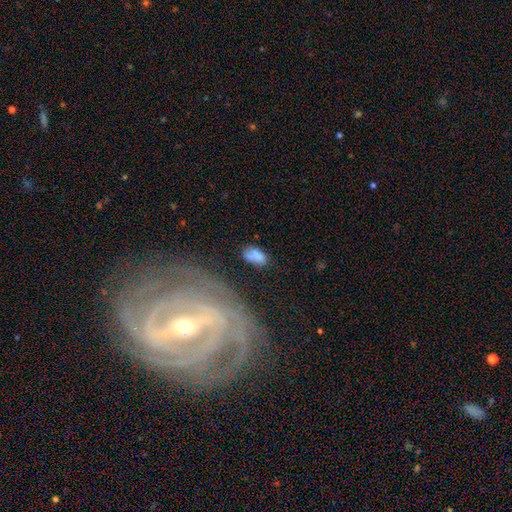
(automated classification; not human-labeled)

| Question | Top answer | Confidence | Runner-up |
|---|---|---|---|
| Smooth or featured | smooth | 71% | featured or disk (19%) |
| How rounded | in between | 89% | round (7%) |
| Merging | none | 49% | minor disturbance (24%) |